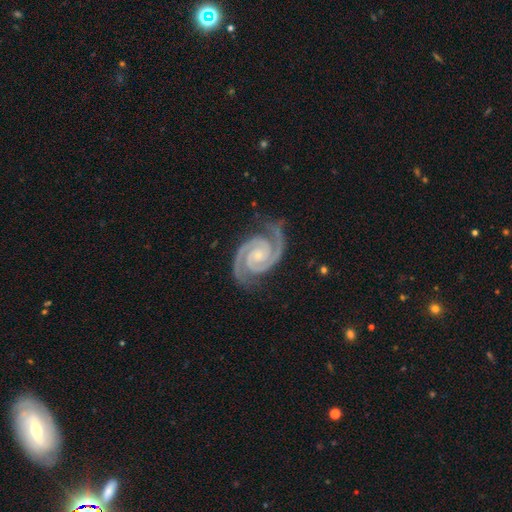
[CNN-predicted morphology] Q: Smooth or featured?
A: featured or disk (94%); runner-up: star or artifact (4%)
Q: Edge-on disk?
A: no (98%); runner-up: yes (2%)
Q: Bar?
A: no (55%); runner-up: weak (30%)
Q: Spiral arms?
A: yes (99%); runner-up: no (1%)
Q: Spiral winding?
A: tight (66%); runner-up: medium (31%)
Q: Spiral arm count?
A: 2 (93%); runner-up: 3 (3%)
Q: Bulge size?
A: small (59%); runner-up: moderate (35%)
Q: Merging?
A: none (83%); runner-up: minor disturbance (13%)